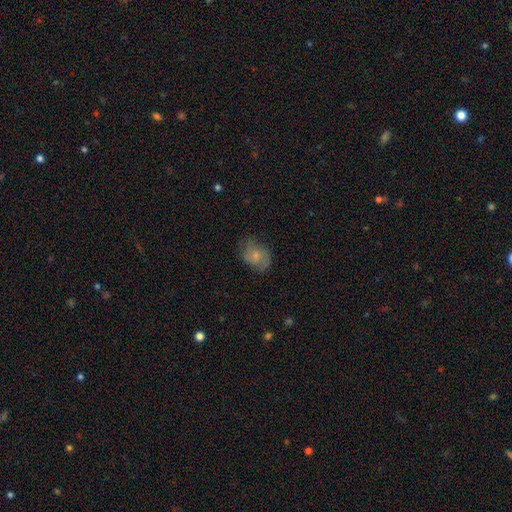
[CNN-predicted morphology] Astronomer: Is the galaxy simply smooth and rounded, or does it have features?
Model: smooth — 59%.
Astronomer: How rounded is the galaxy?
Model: in between — 56% (runner-up: round, 43%).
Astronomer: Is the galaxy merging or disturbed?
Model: none — 63%.